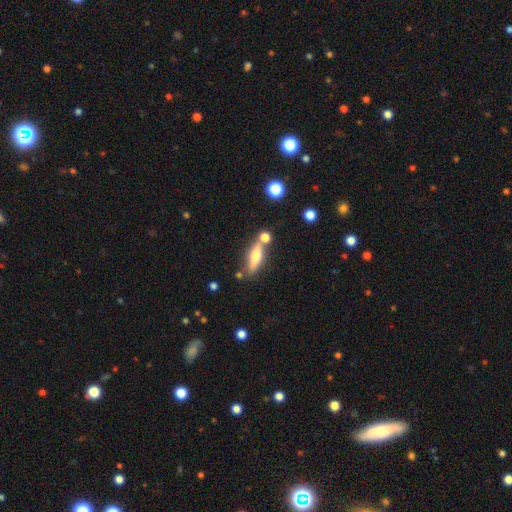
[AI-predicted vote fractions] smooth-or-featured: smooth: 54% | featured or disk: 38% | star or artifact: 8%
  how-rounded: cigar-shaped: 58% | in between: 39% | round: 4%
  merging: none: 63% | merger: 19% | minor disturbance: 13% | major disturbance: 4%